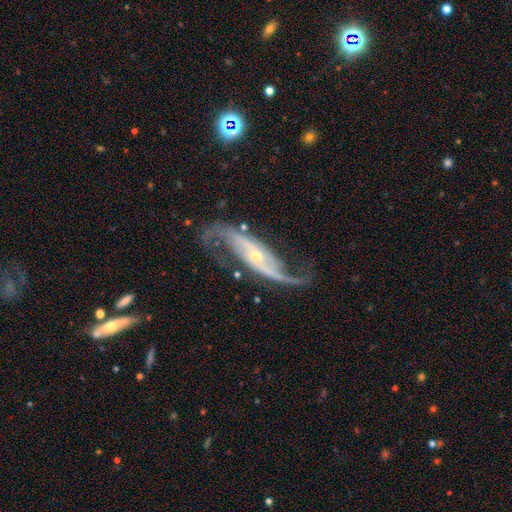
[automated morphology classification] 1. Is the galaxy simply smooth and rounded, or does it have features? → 91% featured or disk, 5% star or artifact, 4% smooth.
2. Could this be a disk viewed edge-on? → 92% no, 8% yes.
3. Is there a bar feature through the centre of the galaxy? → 49% no, 27% weak, 24% strong.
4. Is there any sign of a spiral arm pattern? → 97% yes, 3% no.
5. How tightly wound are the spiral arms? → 70% loose, 23% medium, 7% tight.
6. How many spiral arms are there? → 93% 2, 2% can't tell, 2% 1, 1% 3, 1% 4, 1% more than 4.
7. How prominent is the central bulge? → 73% small, 23% moderate, 1% large, 1% none, 1% dominant.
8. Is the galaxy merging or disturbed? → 70% none, 16% minor disturbance, 12% major disturbance, 2% merger.